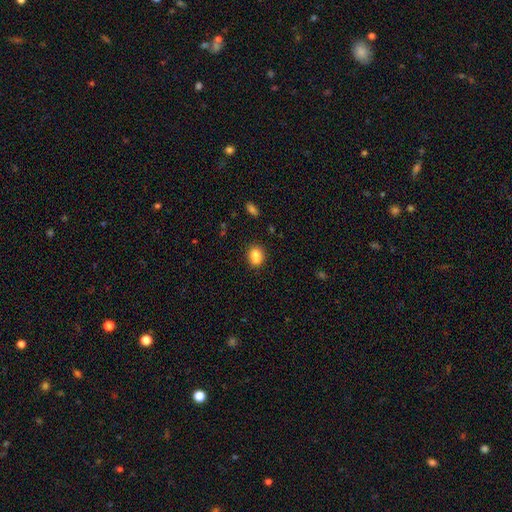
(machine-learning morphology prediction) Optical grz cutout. It shows a smooth galaxy with no disk features (75%) that is round (69%). Merging: merger (43%).